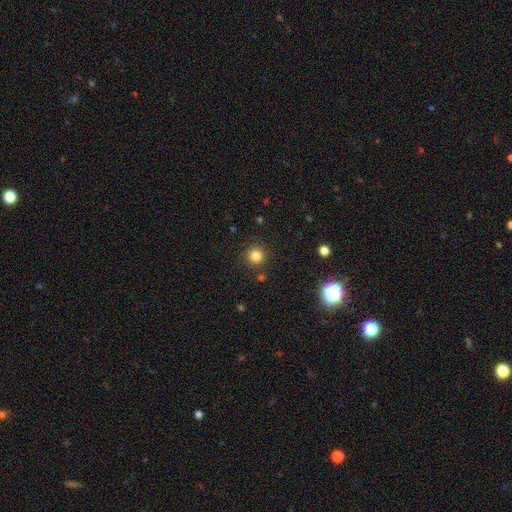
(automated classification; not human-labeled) Smooth or featured: smooth — 82% (star or artifact — 13%)
How rounded: round — 94% (in between — 5%)
Merging: none — 89% (minor disturbance — 6%)